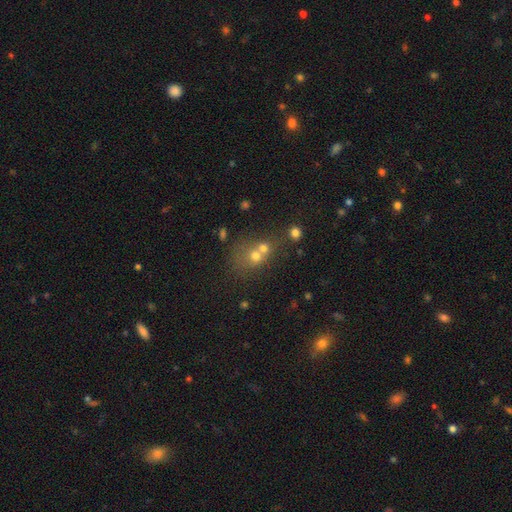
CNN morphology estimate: smooth 59%, featured or disk 22%, star or artifact 19%. Down the decision tree: how rounded — round (73%); merging — merger (58%).